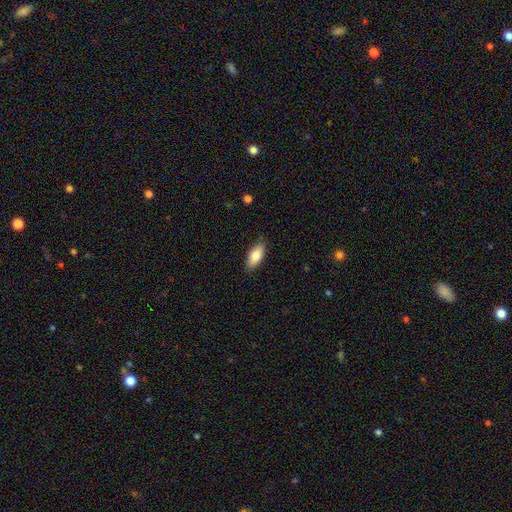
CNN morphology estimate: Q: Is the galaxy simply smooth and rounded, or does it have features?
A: smooth — 82%.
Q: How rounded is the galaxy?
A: in between — 86%.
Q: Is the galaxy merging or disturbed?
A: none — 85%.